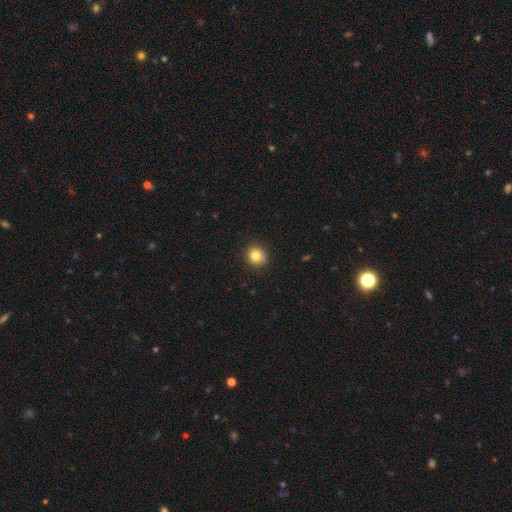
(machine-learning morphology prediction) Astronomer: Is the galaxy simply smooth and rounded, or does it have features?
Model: smooth — 83%.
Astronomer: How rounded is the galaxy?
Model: round — 89%.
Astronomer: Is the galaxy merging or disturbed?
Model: none — 88%.